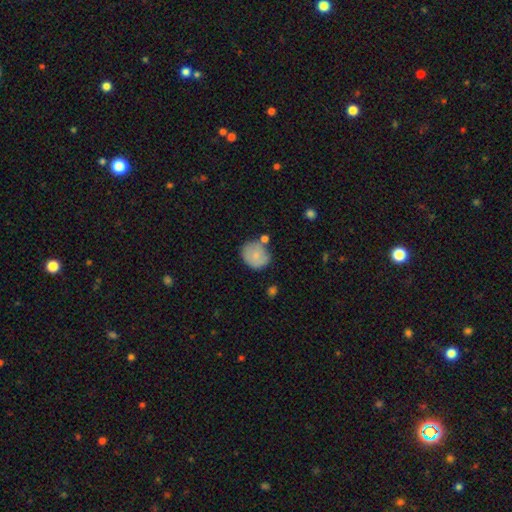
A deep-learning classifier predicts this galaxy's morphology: This is likely a smooth galaxy (71%). How rounded: likely round (73%). Merging: likely none (61%).